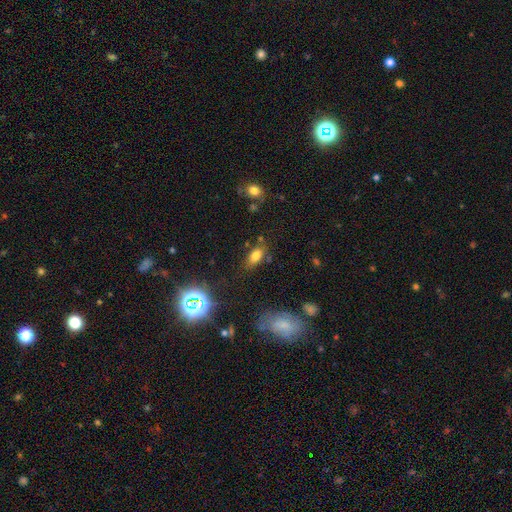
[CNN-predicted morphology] type=smooth (75%); roundness=in between (86%); merging=none (75%).